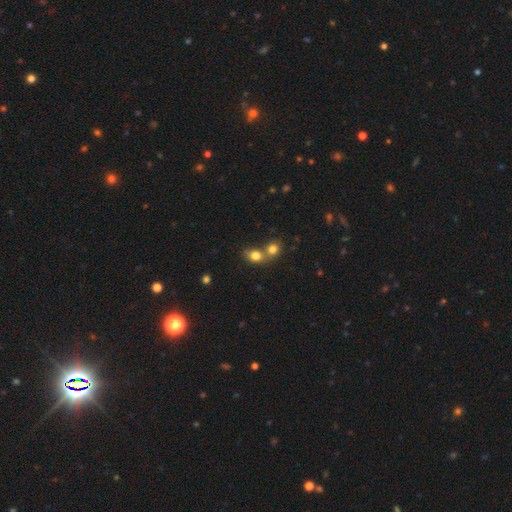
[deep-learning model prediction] Q: Smooth or featured?
A: smooth (79%); runner-up: star or artifact (12%)
Q: How rounded?
A: round (56%); runner-up: in between (42%)
Q: Merging?
A: merger (55%); runner-up: none (34%)